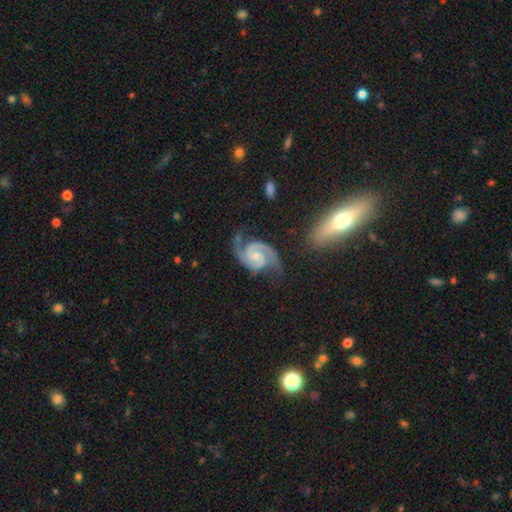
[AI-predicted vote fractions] Smooth or featured: featured or disk — 93% (star or artifact — 4%)
Edge-on disk: no — 98% (yes — 2%)
Bar: no — 51% (weak — 39%)
Spiral arms: yes — 99% (no — 1%)
Spiral winding: medium — 50% (tight — 41%)
Spiral arm count: 2 — 94% (3 — 2%)
Bulge size: small — 43% (moderate — 36%)
Merging: none — 72% (minor disturbance — 18%)